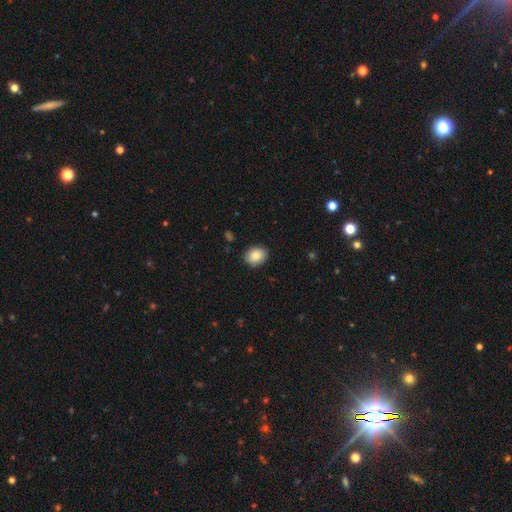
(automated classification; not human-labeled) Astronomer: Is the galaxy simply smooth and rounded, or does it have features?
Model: smooth — 85%.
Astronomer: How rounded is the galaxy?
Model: round — 50% (runner-up: in between, 49%).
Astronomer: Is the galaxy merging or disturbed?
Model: none — 89%.